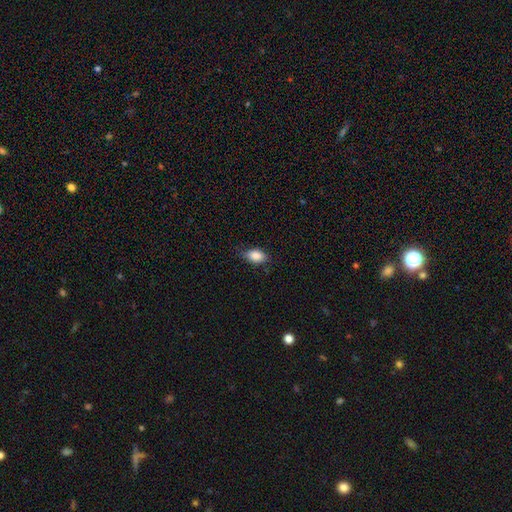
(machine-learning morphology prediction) Smooth or featured? Predicted: smooth (p=0.87). How rounded? Predicted: in between (p=0.87). Merging? Predicted: none (p=0.74).